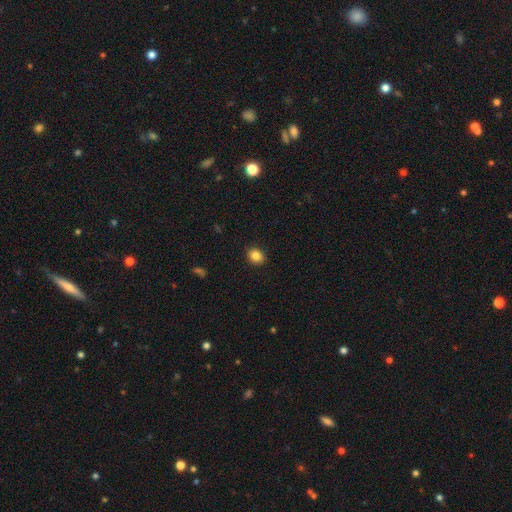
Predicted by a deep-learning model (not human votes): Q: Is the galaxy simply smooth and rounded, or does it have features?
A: smooth — 86%.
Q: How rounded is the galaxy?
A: round — 64%.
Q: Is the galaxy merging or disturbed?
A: none — 91%.